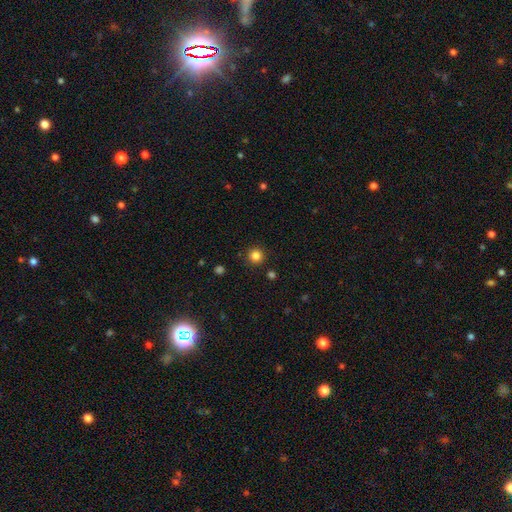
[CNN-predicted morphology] type=smooth (84%); roundness=round (95%); merging=none (91%).